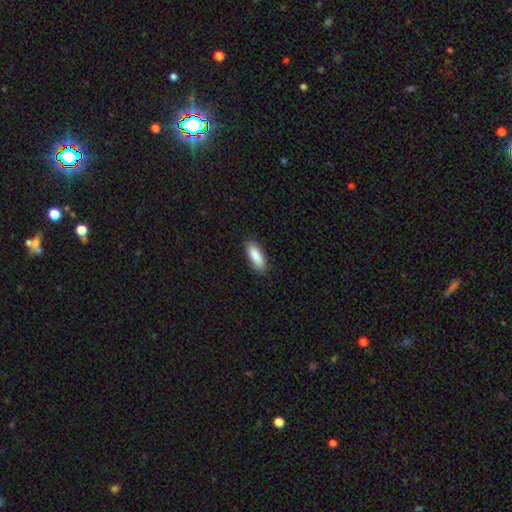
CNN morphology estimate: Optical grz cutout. It shows a smooth galaxy with no disk features (87%) that is in between round and cigar-shaped (64%). Merging: none (87%).